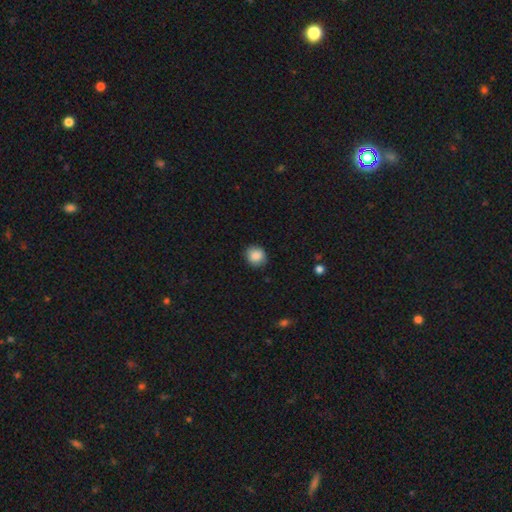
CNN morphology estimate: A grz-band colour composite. It shows a smooth galaxy with no disk features (88%) that is round (81%). Merging: none (86%).